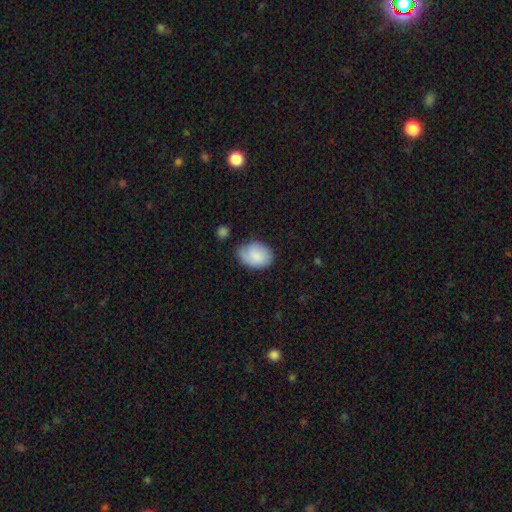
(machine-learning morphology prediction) smooth 81%, featured or disk 13%, star or artifact 6%. Down the decision tree: how rounded — in between (76%); merging — none (57%).